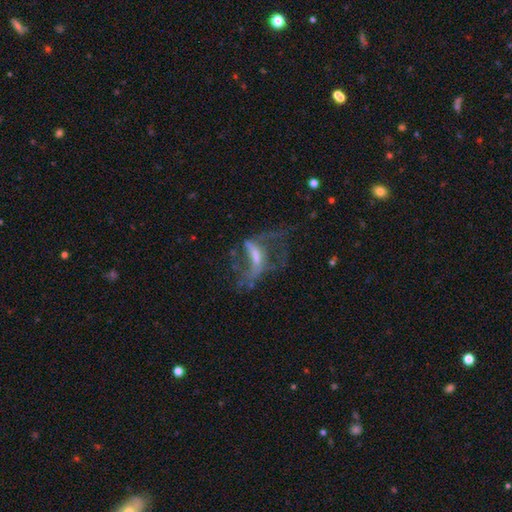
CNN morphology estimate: smooth-or-featured: featured or disk: 71% | smooth: 15% | star or artifact: 14%
  disk-edge-on: no: 90% | yes: 10%
    bar: weak: 38% | no: 31% | strong: 30%
    has-spiral-arms: yes: 61% | no: 39%
    bulge-size: small: 36% | moderate: 33% | none: 24% | large: 6% | dominant: 2%
  merging: major disturbance: 46% | none: 33% | minor disturbance: 15% | merger: 7%